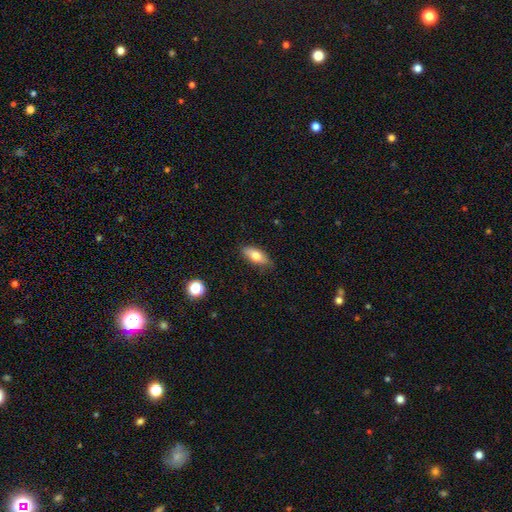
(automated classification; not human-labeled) Smooth or featured: smooth — 74% (featured or disk — 19%)
How rounded: in between — 80% (cigar-shaped — 16%)
Merging: none — 78% (minor disturbance — 18%)